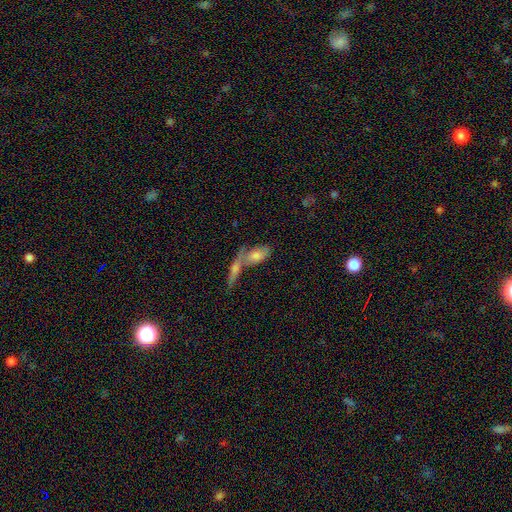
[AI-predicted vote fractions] smooth-or-featured: smooth: 63% | featured or disk: 27% | star or artifact: 10%
  how-rounded: in between: 78% | cigar-shaped: 17% | round: 5%
  merging: merger: 53% | none: 33% | minor disturbance: 9% | major disturbance: 5%